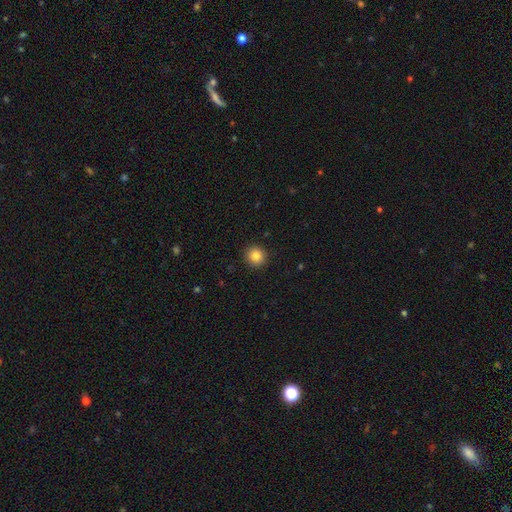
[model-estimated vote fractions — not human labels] smooth 84%, star or artifact 10%, featured or disk 6%. Down the decision tree: how rounded — round (93%); merging — none (92%).